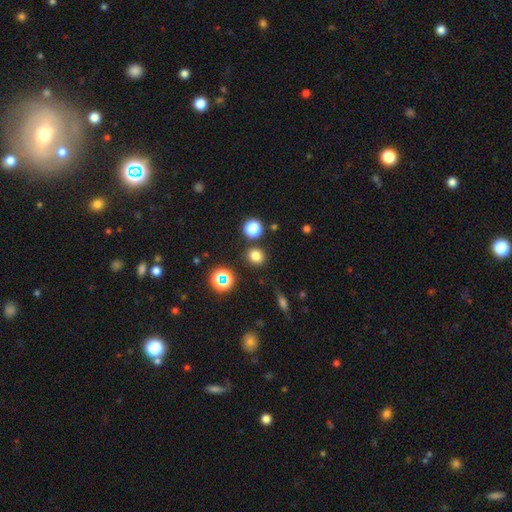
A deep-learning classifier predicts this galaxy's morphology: This appears to be a smooth galaxy with no disk features (76%) that is round (82%). Merging: none (83%).